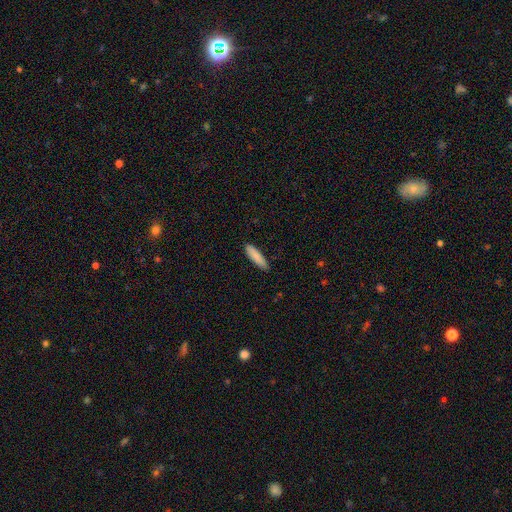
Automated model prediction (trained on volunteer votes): smooth 88%, featured or disk 7%, star or artifact 6%. Down the decision tree: how rounded — cigar-shaped (77%); merging — none (89%).